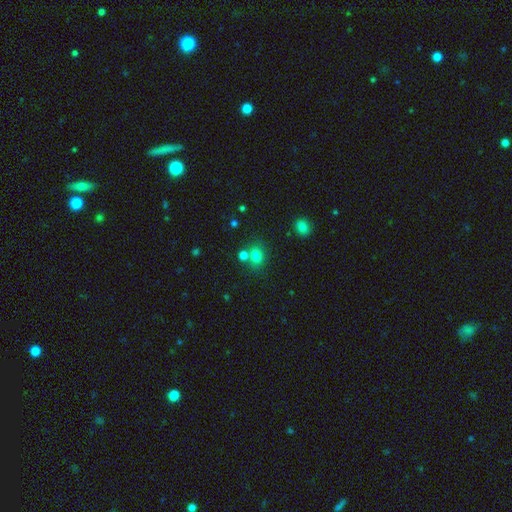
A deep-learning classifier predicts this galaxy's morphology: Smooth or featured? smooth (77%)
How rounded? round (55%)
Merging? none (59%)